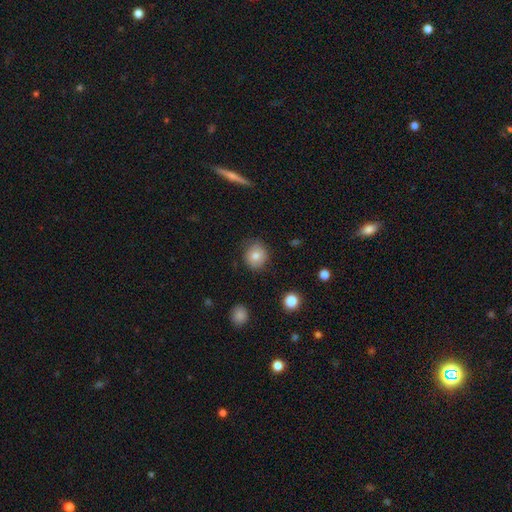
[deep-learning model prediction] Morphology: type=smooth (77%); roundness=round (84%); merging=none (79%).